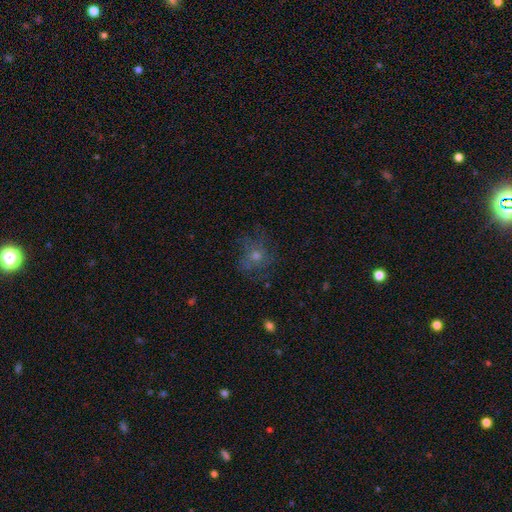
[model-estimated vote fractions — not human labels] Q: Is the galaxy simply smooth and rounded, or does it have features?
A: smooth — 43%.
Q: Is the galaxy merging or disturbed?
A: none — 67%.